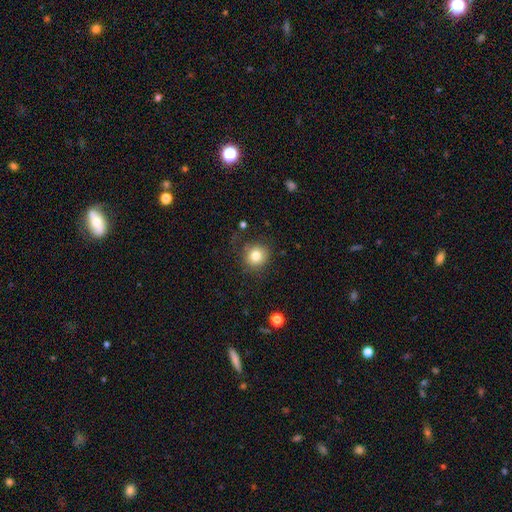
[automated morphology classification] Overall: smooth (80%). How rounded: round (88%). Merging: none (80%).